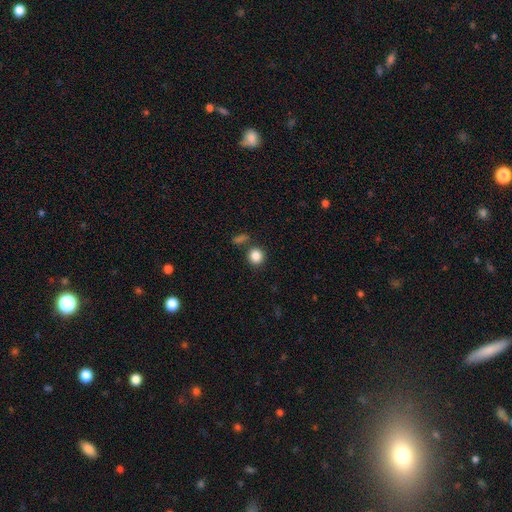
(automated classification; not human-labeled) Smooth or featured: smooth — 86% (star or artifact — 10%)
How rounded: round — 89% (in between — 10%)
Merging: none — 79% (merger — 9%)